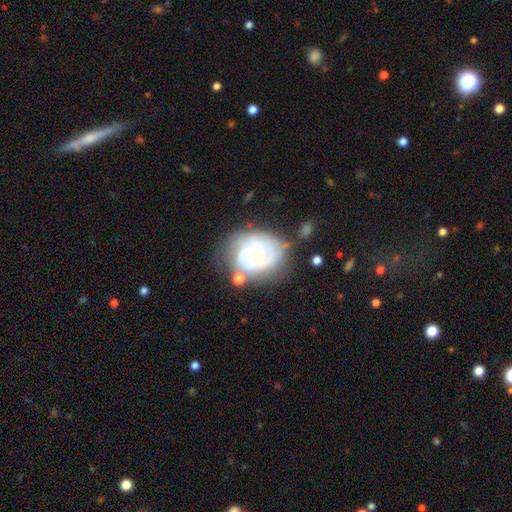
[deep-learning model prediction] smooth_or_featured: featured or disk (p=0.69) [alt: smooth p=0.24]
disk_edge_on: no (p=0.97) [alt: yes p=0.03]
bar: no (p=0.82) [alt: weak p=0.14]
has_spiral_arms: yes (p=0.63) [alt: no p=0.37]
bulge_size: small (p=0.51) [alt: moderate p=0.44]
merging: none (p=0.54) [alt: minor disturbance p=0.24]